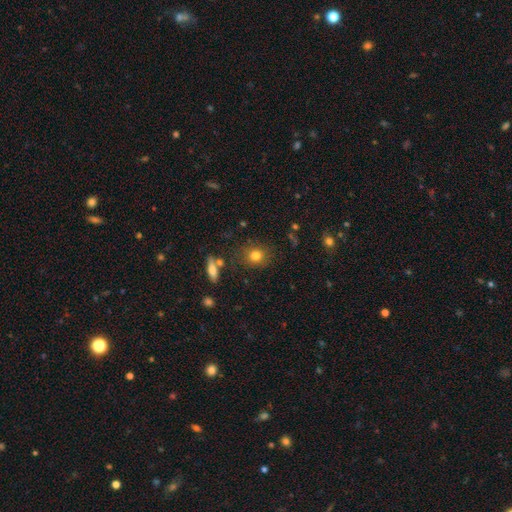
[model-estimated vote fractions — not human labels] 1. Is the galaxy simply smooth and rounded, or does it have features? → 79% smooth, 12% star or artifact, 9% featured or disk.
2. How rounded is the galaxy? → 77% round, 22% in between, 2% cigar-shaped.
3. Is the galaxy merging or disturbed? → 82% none, 10% minor disturbance, 4% merger, 3% major disturbance.